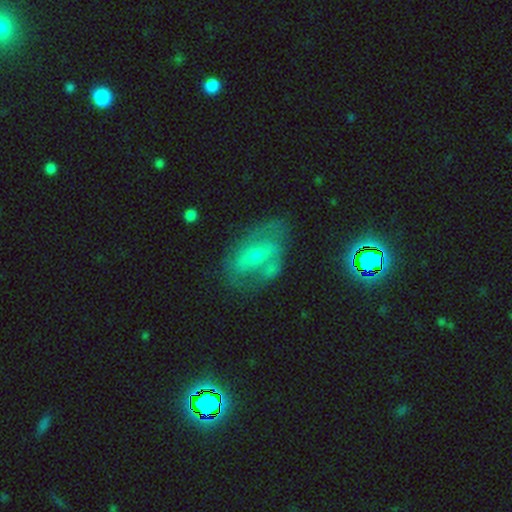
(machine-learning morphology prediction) featured or disk 59%, smooth 30%, star or artifact 10%. Down the decision tree: edge-on disk — no (92%); bar — no (42%); spiral arms — yes (53%); bulge size — moderate (48%); merging — none (54%).